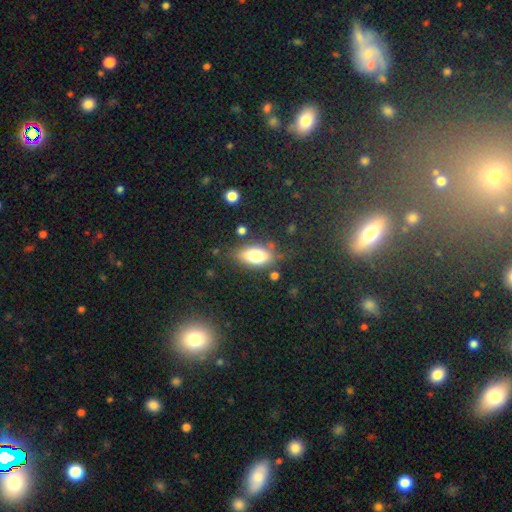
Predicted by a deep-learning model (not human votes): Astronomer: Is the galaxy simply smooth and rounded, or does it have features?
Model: smooth — 75%.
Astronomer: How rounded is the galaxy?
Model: in between — 85%.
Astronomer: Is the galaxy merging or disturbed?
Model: none — 74%.